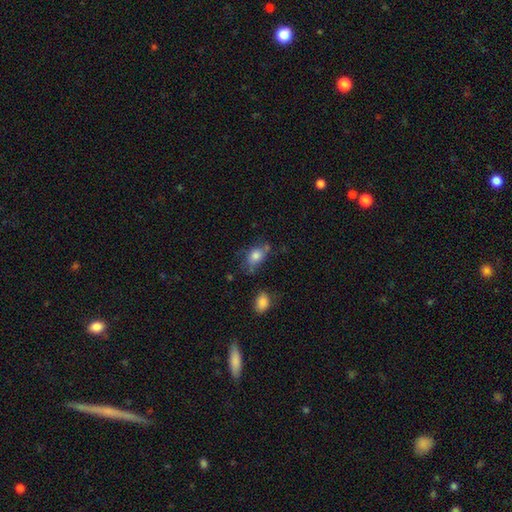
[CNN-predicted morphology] smooth 75%, featured or disk 15%, star or artifact 9%. Down the decision tree: how rounded — in between (76%); merging — none (51%).